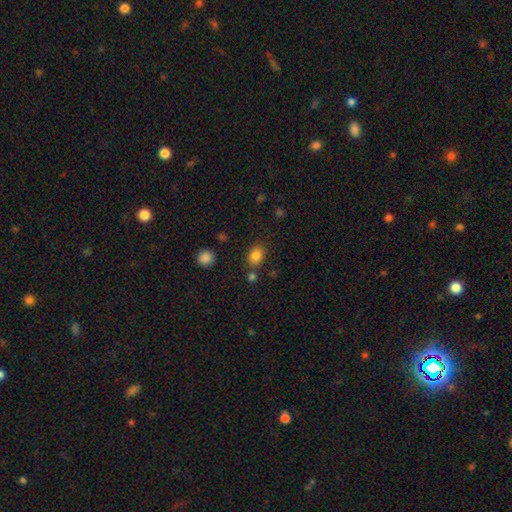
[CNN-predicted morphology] This appears to be a smooth galaxy with no disk features (84%) that is in between round and cigar-shaped (67%). Merging: none (76%).